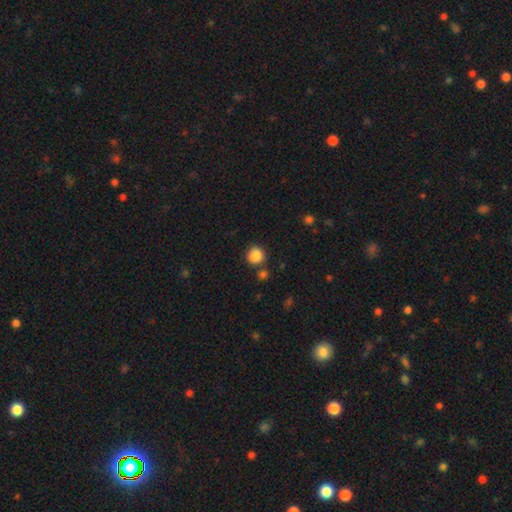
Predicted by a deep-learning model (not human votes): smooth 86%, star or artifact 10%, featured or disk 4%. Down the decision tree: how rounded — round (85%); merging — none (75%).